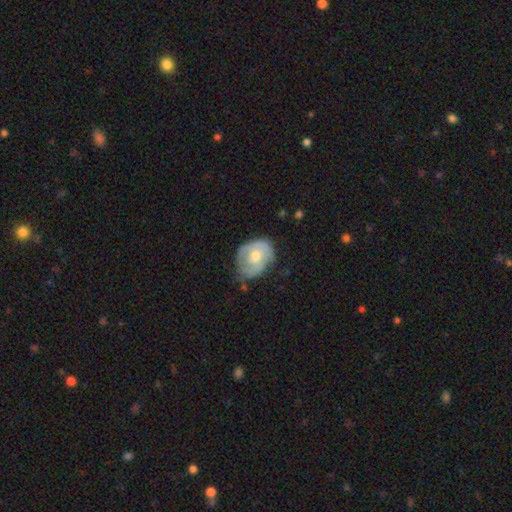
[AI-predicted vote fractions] The model was most divided on "merging": none: 51%, minor disturbance: 35%, major disturbance: 12%, merger: 2%. More confident: edge-on disk — no (96%); bar — no (79%); bulge size — moderate (72%); spiral arms — yes (60%); smooth or featured — featured or disk (56%).